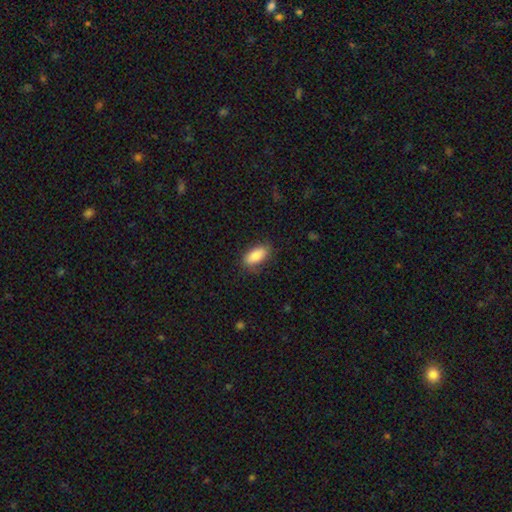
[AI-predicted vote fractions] Morphology: type=smooth (84%); roundness=in between (88%); merging=none (77%).